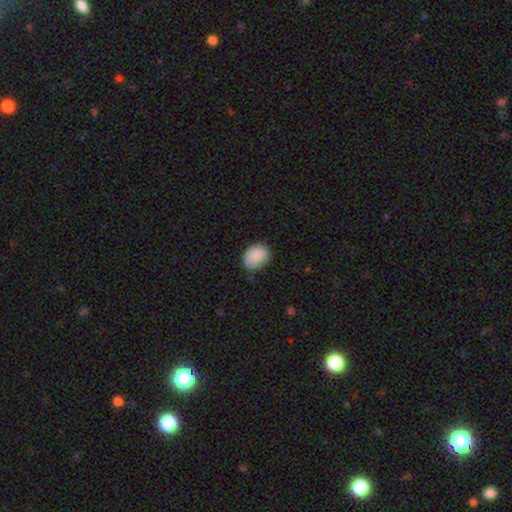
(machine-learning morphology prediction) A smooth galaxy with no disk features (88%) that is in between round and cigar-shaped (54%).

Vote fractions:
- Smooth or featured? smooth: 88% / star or artifact: 7% / featured or disk: 4%
- How rounded? in between: 54% / round: 45% / cigar-shaped: 1%
- Merging? none: 72% / minor disturbance: 23% / major disturbance: 4% / merger: 1%